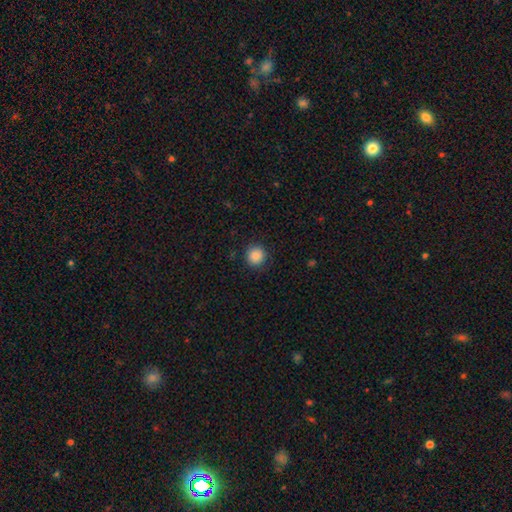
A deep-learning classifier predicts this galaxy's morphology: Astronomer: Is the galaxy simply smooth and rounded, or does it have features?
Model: smooth — 88%.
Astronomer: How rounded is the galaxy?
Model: round — 93%.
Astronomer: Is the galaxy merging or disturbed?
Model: none — 90%.